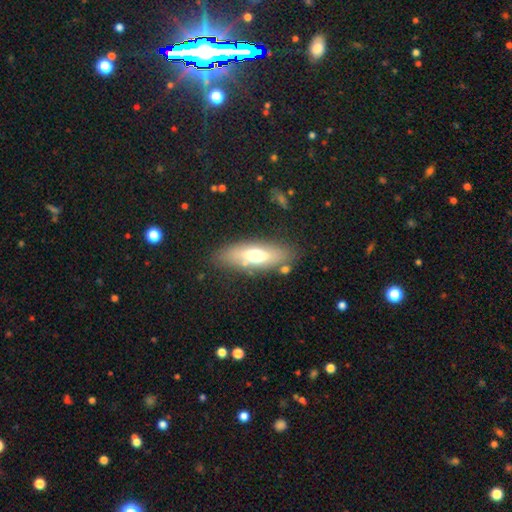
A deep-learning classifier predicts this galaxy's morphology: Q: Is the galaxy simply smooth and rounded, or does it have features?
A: smooth — 56%.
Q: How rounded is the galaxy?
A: in between — 64%.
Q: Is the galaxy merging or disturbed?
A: none — 79%.